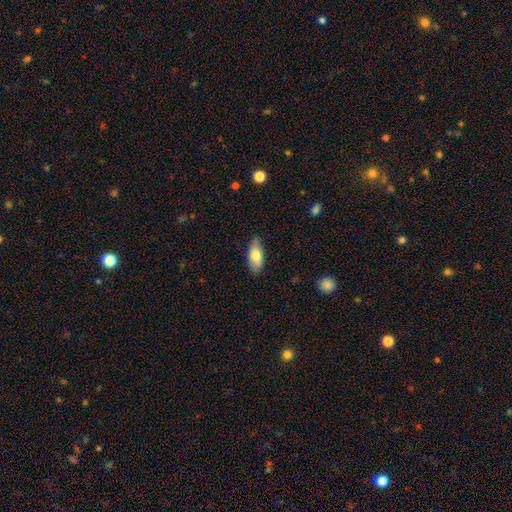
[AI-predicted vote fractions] Smooth or featured? Predicted: smooth (p=0.75). How rounded? Predicted: in between (p=0.86). Merging? Predicted: none (p=0.78).